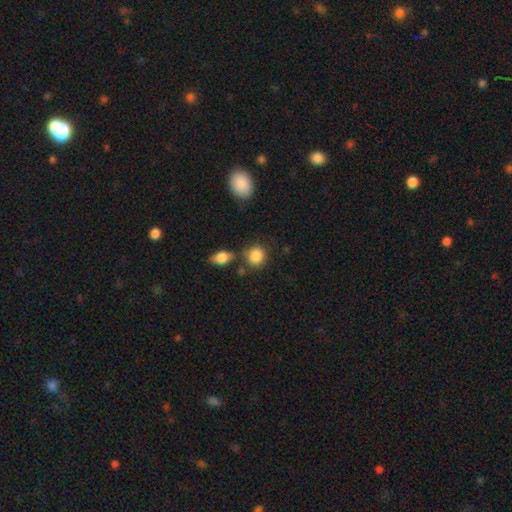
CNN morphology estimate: type=smooth (87%); roundness=round (79%); merging=none (69%).